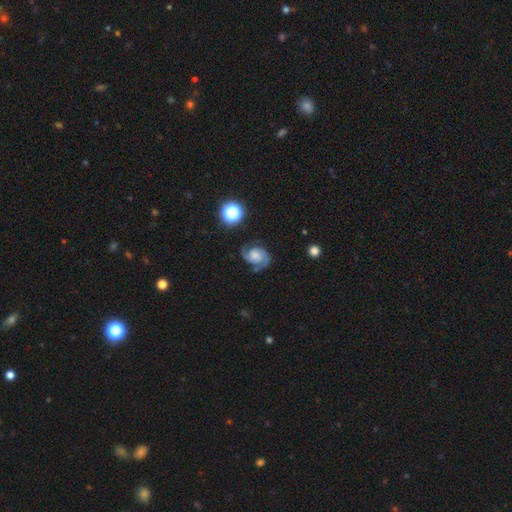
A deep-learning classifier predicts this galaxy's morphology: Q: Smooth or featured?
A: featured or disk (79%); runner-up: smooth (13%)
Q: Edge-on disk?
A: no (98%); runner-up: yes (2%)
Q: Bar?
A: no (63%); runner-up: weak (30%)
Q: Spiral arms?
A: yes (97%); runner-up: no (3%)
Q: Spiral winding?
A: medium (49%); runner-up: tight (37%)
Q: Spiral arm count?
A: 2 (86%); runner-up: can't tell (5%)
Q: Bulge size?
A: moderate (30%); runner-up: none (24%)
Q: Merging?
A: none (70%); runner-up: minor disturbance (19%)